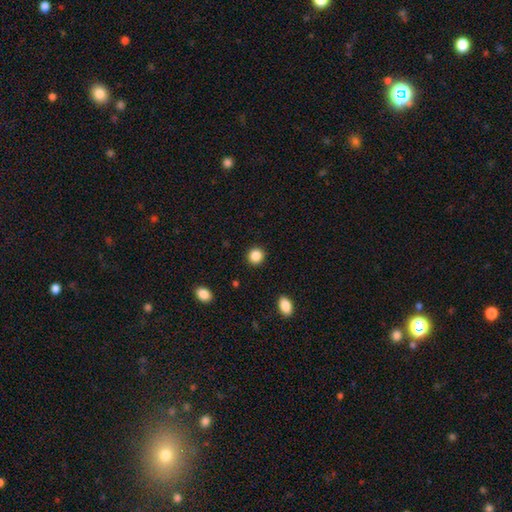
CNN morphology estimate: A smooth galaxy with no disk features (87%) that is round (90%).

Vote fractions:
- Smooth or featured? smooth: 87% / star or artifact: 10% / featured or disk: 3%
- How rounded? round: 90% / in between: 9% / cigar-shaped: 1%
- Merging? none: 91% / minor disturbance: 5% / major disturbance: 2% / merger: 1%